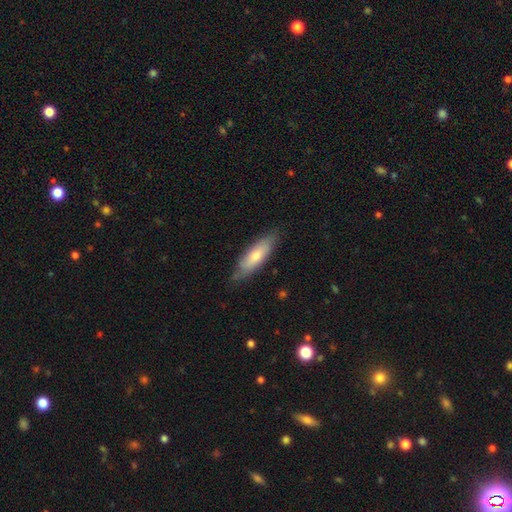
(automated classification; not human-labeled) This is likely a smooth galaxy (62%). How rounded: possibly cigar-shaped (52%). Merging: likely none (78%).